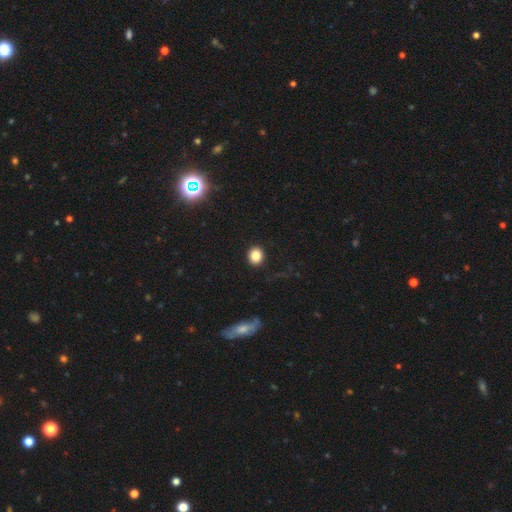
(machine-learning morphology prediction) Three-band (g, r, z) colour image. It shows a smooth galaxy with no disk features (84%) that is round (81%). Merging: none (90%).